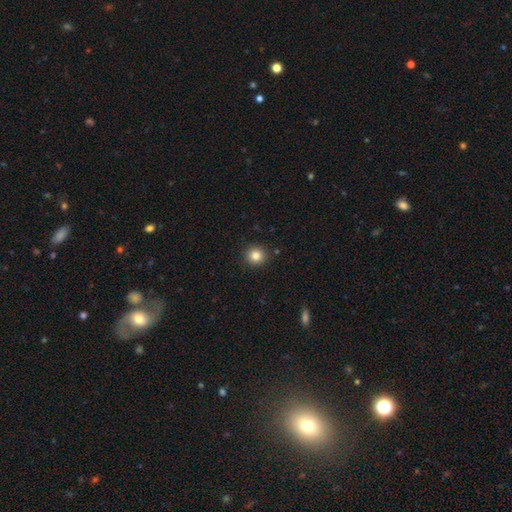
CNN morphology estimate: type=smooth (83%); roundness=round (92%); merging=none (91%).